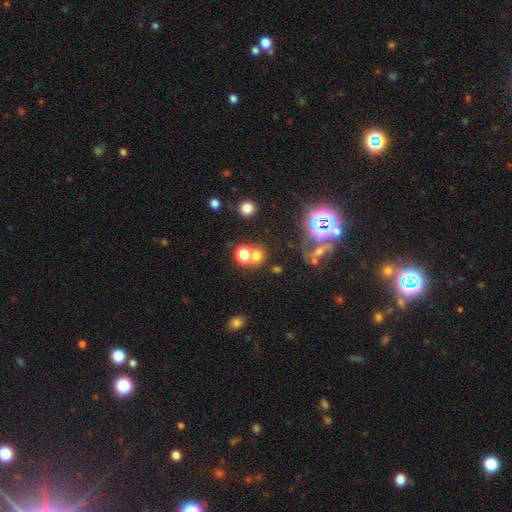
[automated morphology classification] The model was most divided on "merging": none: 45%, merger: 42%, minor disturbance: 8%, major disturbance: 5%. More confident: how rounded — round (75%); smooth or featured — smooth (64%).